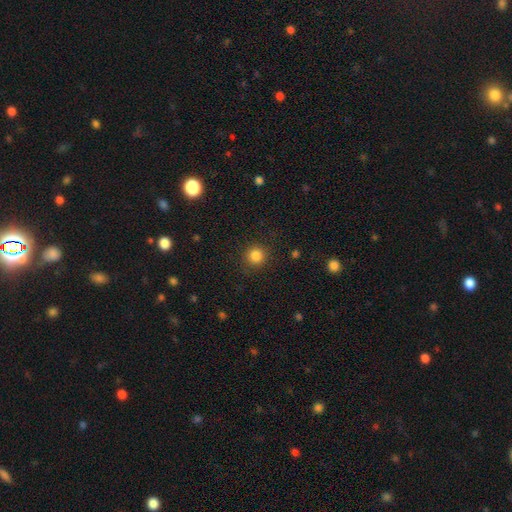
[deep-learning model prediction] This is clearly a smooth galaxy (84%). How rounded: clearly round (92%). Merging: clearly none (88%).